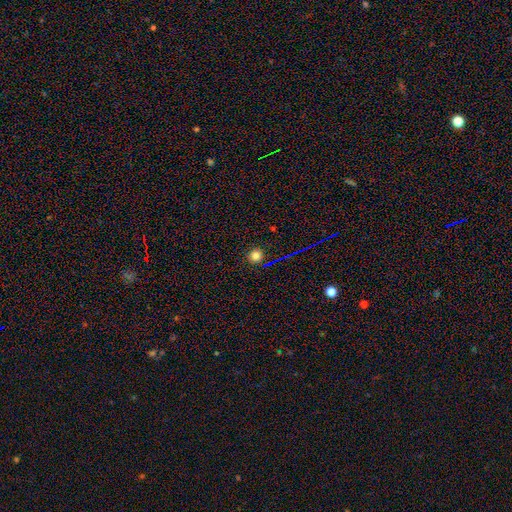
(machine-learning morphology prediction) smooth 79%, star or artifact 15%, featured or disk 6%. Down the decision tree: how rounded — round (94%); merging — none (89%).